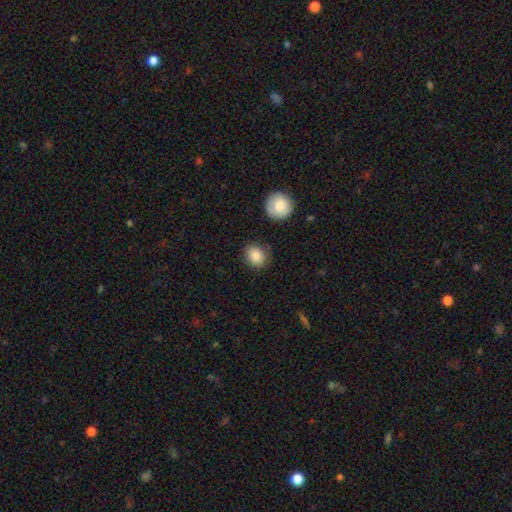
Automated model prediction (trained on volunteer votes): smooth-or-featured: smooth: 86% | star or artifact: 8% | featured or disk: 6%
  how-rounded: round: 65% | in between: 34% | cigar-shaped: 1%
  merging: none: 83% | minor disturbance: 11% | merger: 3% | major disturbance: 3%